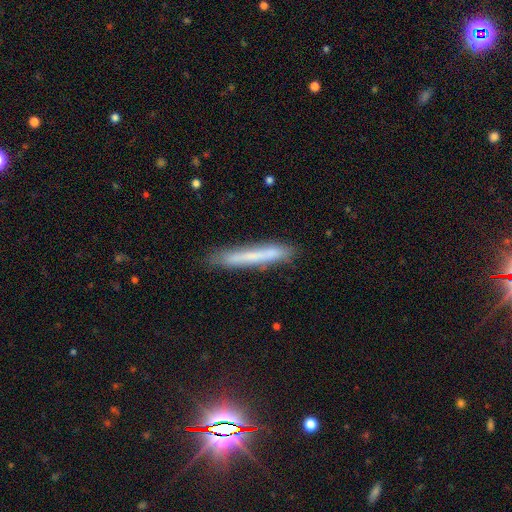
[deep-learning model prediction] Smooth or featured? smooth (61%)
How rounded? cigar-shaped (96%)
Merging? none (83%)